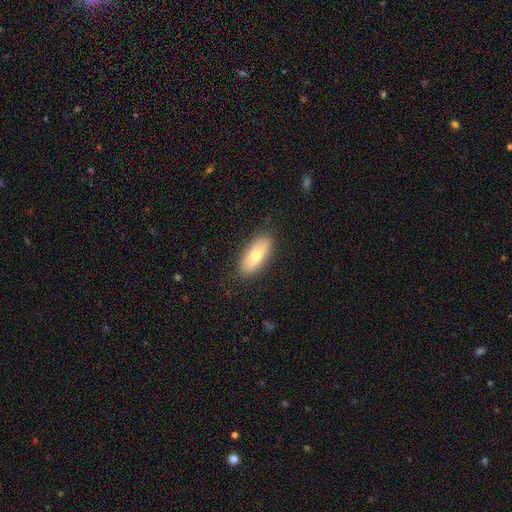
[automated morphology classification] A smooth galaxy with no disk features (71%) that is in between round and cigar-shaped (80%).

Vote fractions:
- Smooth or featured? smooth: 71% / featured or disk: 22% / star or artifact: 7%
- How rounded? in between: 80% / cigar-shaped: 17% / round: 3%
- Merging? none: 86% / minor disturbance: 10% / major disturbance: 2% / merger: 1%